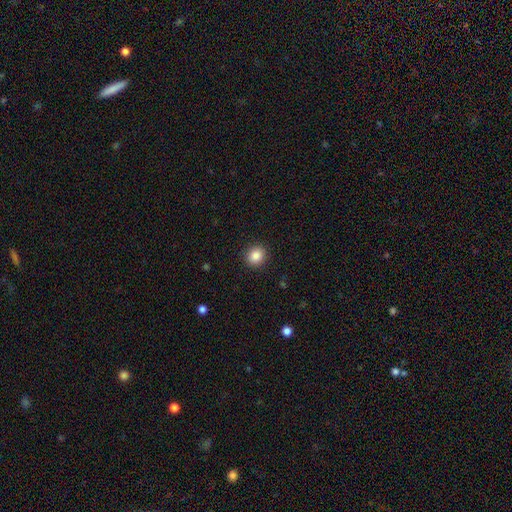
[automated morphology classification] type=smooth (86%); roundness=round (80%); merging=none (91%).